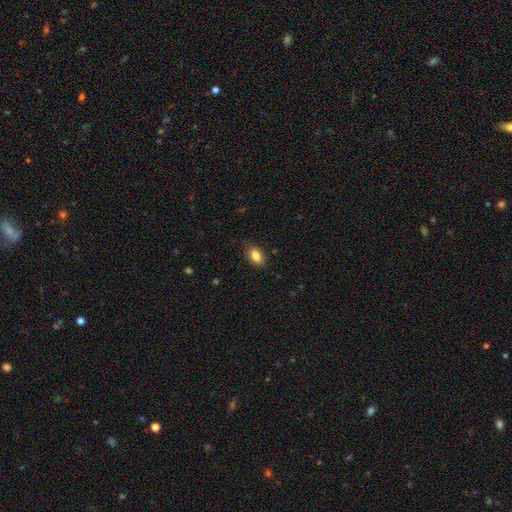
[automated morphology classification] smooth 85%, star or artifact 8%, featured or disk 7%. Down the decision tree: how rounded — in between (88%); merging — none (80%).